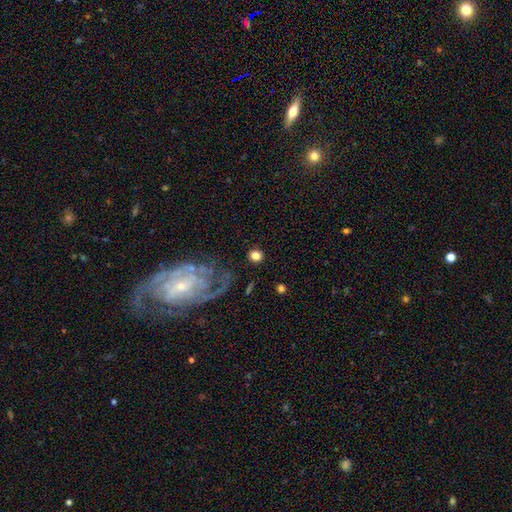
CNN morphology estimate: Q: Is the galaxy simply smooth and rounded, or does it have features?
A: smooth — 78%.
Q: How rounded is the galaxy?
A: round — 85%.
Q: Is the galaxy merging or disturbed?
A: none — 85%.